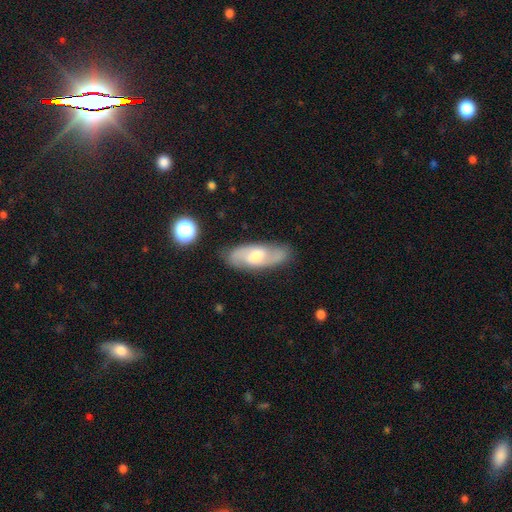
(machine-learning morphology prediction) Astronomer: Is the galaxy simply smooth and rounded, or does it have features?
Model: featured or disk — 63%.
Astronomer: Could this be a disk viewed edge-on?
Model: no — 83%.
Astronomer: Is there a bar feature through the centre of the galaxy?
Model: weak — 45% (runner-up: no, 43%).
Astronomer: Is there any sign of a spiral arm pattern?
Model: yes — 82%.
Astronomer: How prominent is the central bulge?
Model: moderate — 61%.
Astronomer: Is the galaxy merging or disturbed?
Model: none — 83%.